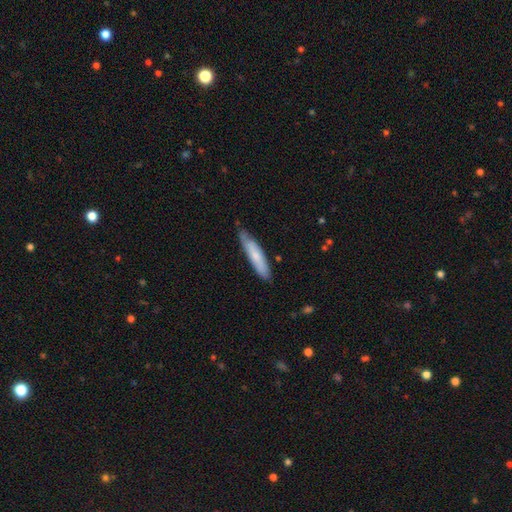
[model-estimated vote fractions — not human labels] This appears to be a smooth galaxy with no disk features (66%) that is cigar-shaped (83%). Merging: none (73%).